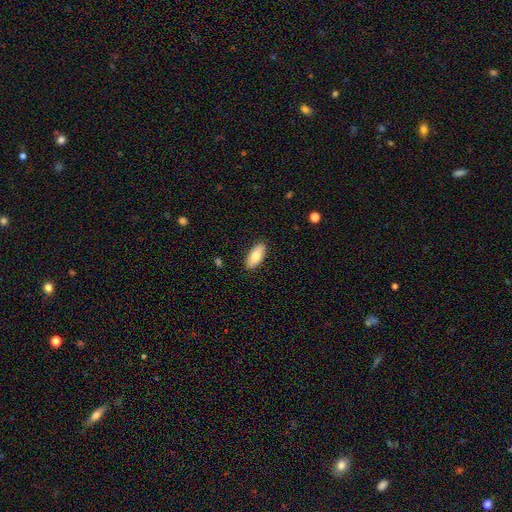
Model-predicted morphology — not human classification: Overall: smooth (77%). How rounded: in between (86%). Merging: none (88%).